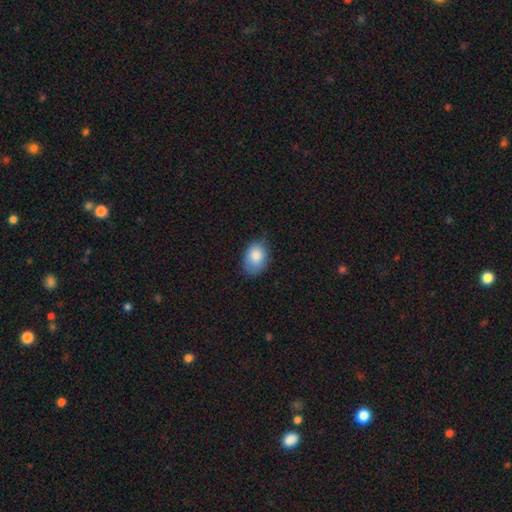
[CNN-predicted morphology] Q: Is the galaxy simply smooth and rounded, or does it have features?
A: smooth — 84%.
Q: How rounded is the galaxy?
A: in between — 80%.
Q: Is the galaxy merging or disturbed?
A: none — 67%.